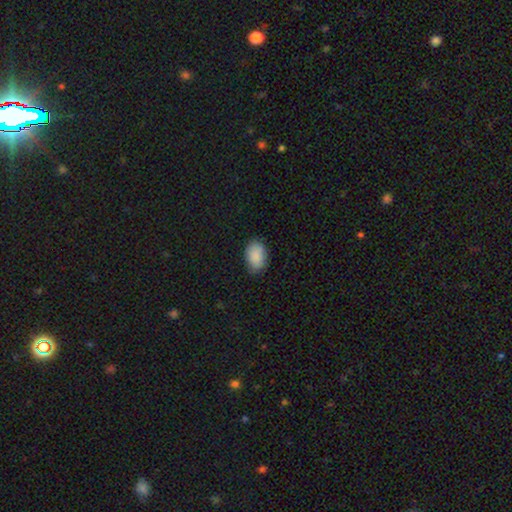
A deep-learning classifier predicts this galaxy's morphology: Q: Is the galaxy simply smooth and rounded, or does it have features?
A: smooth — 89%.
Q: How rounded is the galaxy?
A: in between — 86%.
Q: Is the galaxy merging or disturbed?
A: none — 81%.